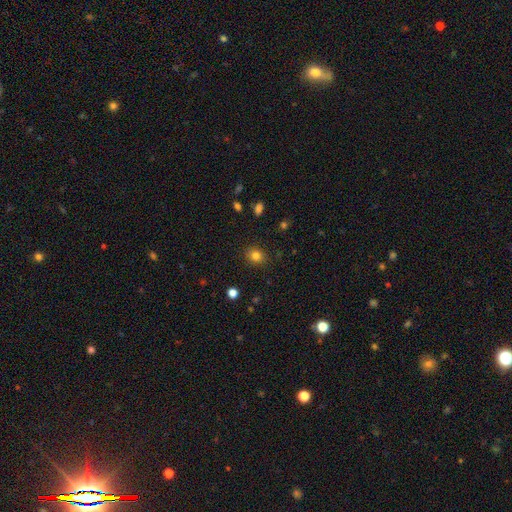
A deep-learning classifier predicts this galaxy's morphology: Smooth or featured?
  - smooth: 81% *
  - star or artifact: 13%
  - featured or disk: 6%
How rounded?
  - round: 70% *
  - in between: 29%
  - cigar-shaped: 1%
Merging?
  - none: 89% *
  - minor disturbance: 8%
  - major disturbance: 2%
  - merger: 1%